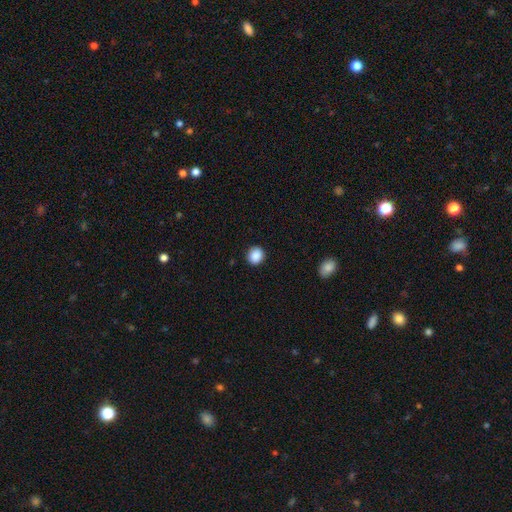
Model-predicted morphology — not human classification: A smooth galaxy with no disk features (89%) that is round (85%). Merging: none (91%).